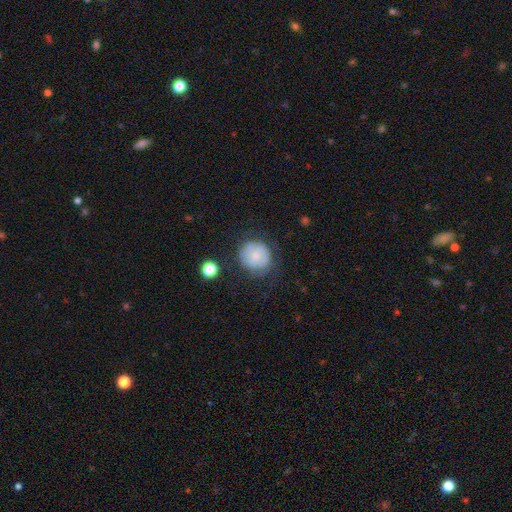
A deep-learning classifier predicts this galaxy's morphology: smooth-or-featured: smooth: 56% | featured or disk: 36% | star or artifact: 8%
  how-rounded: round: 85% | in between: 14% | cigar-shaped: 1%
  merging: none: 63% | minor disturbance: 24% | major disturbance: 11% | merger: 2%